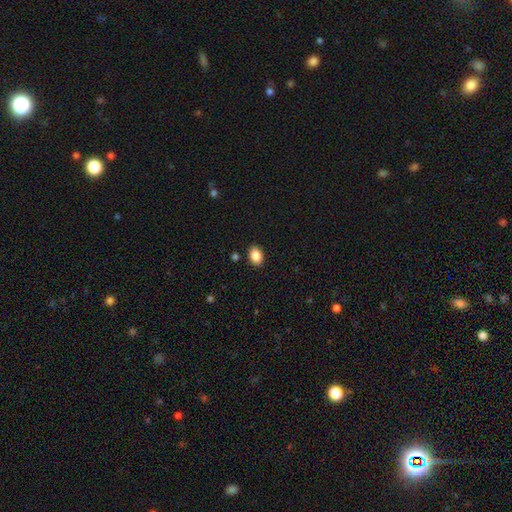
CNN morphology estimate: smooth 88%, star or artifact 8%, featured or disk 4%. Down the decision tree: how rounded — in between (76%); merging — none (88%).